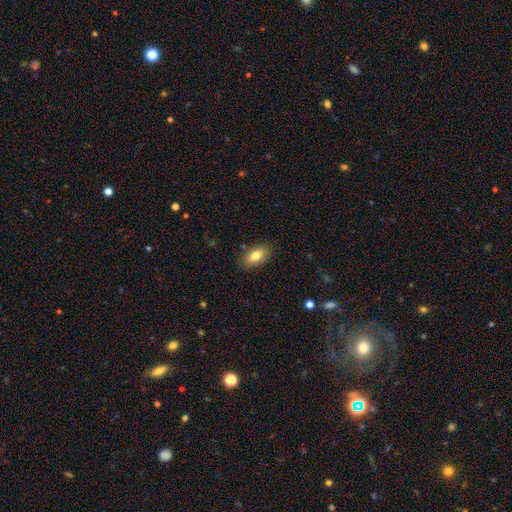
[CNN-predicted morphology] smooth 80%, featured or disk 12%, star or artifact 8%. Down the decision tree: how rounded — in between (89%); merging — none (85%).